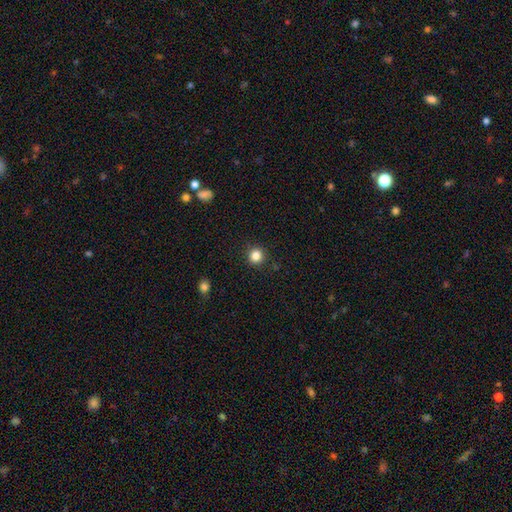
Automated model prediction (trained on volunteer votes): This is clearly a smooth galaxy (84%). How rounded: clearly round (93%). Merging: clearly none (91%).